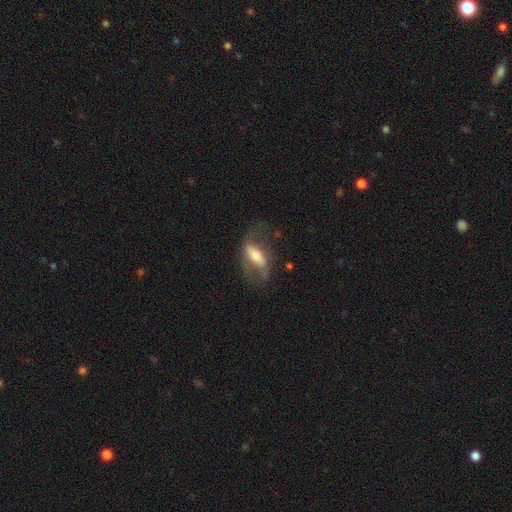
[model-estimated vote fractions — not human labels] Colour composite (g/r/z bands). It shows a featured or disk galaxy (62%). Merging: none (52%).